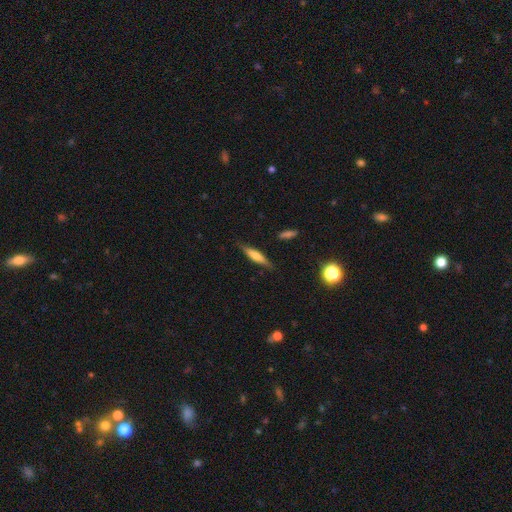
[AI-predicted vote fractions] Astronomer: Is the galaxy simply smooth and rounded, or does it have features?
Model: smooth — 54% (runner-up: featured or disk, 39%).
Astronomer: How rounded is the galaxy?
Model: cigar-shaped — 82%.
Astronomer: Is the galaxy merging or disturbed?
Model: none — 83%.